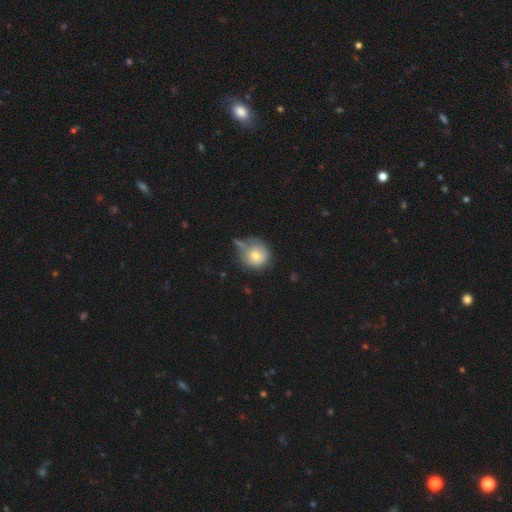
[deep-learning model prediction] Smooth or featured? smooth (77%)
How rounded? round (92%)
Merging? none (49%)